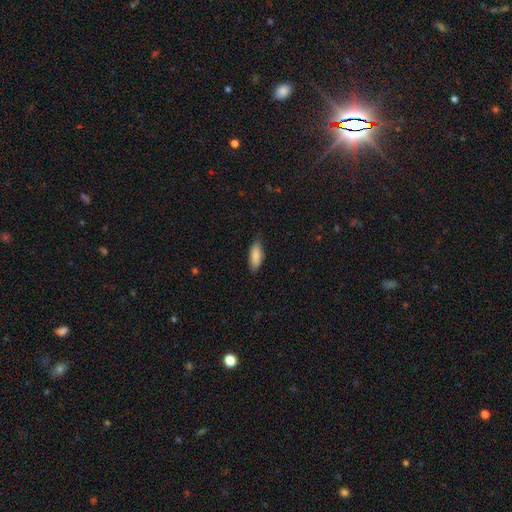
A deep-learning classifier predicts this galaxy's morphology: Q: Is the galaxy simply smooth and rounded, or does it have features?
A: smooth — 87%.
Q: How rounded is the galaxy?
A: in between — 74%.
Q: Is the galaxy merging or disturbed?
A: none — 83%.